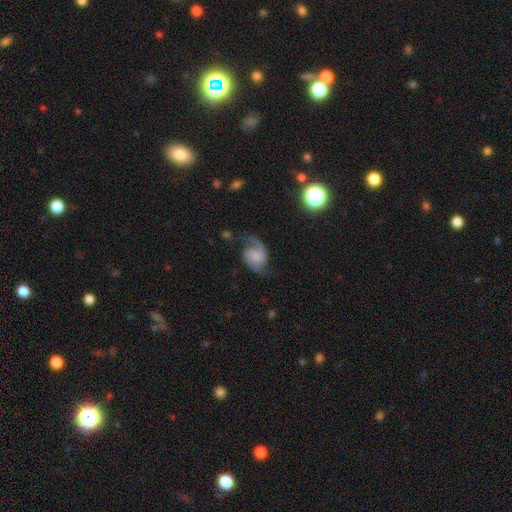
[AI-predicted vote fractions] smooth_or_featured: featured or disk (p=0.79) [alt: smooth p=0.14]
disk_edge_on: no (p=0.98) [alt: yes p=0.02]
bar: no (p=0.58) [alt: weak p=0.35]
has_spiral_arms: yes (p=0.96) [alt: no p=0.04]
spiral_winding: medium (p=0.46) [alt: loose p=0.39]
spiral_arm_count: 2 (p=0.84) [alt: 1 p=0.10]
bulge_size: none (p=0.36) [alt: small p=0.31]
merging: none (p=0.64) [alt: minor disturbance p=0.21]